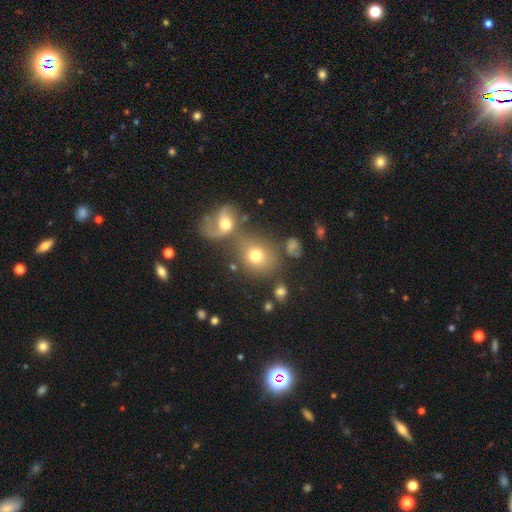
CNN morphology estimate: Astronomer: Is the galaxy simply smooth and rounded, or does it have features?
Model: smooth — 66%.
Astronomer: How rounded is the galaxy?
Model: round — 69%.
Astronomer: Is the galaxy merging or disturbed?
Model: merger — 43% (runner-up: none, 39%).